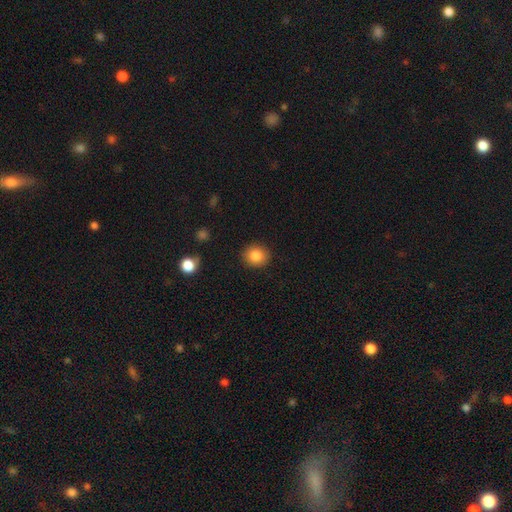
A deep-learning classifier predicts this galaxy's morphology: A smooth galaxy with no disk features (85%) that is round (84%).

Vote fractions:
- Smooth or featured? smooth: 85% / star or artifact: 10% / featured or disk: 6%
- How rounded? round: 84% / in between: 15% / cigar-shaped: 1%
- Merging? none: 90% / minor disturbance: 6% / major disturbance: 2% / merger: 1%